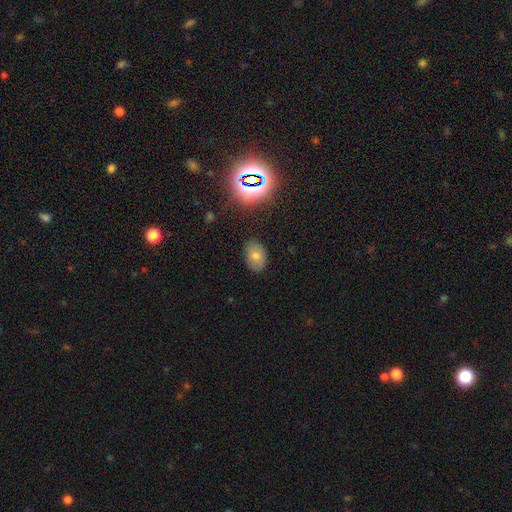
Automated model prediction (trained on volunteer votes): Smooth or featured? Predicted: smooth (p=0.65). How rounded? Predicted: in between (p=0.81). Merging? Predicted: none (p=0.84).